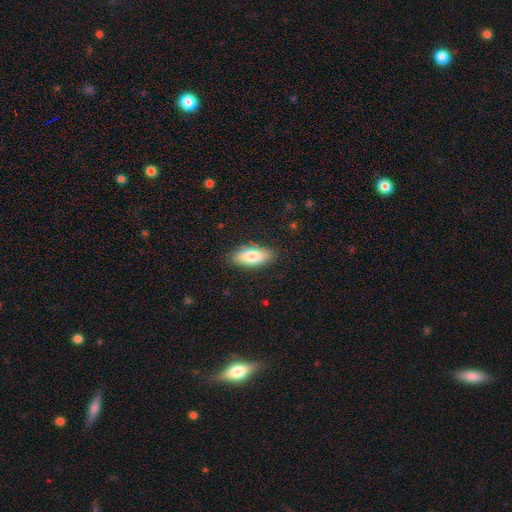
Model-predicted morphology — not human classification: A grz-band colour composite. It shows a smooth galaxy with no disk features (80%) that is in between round and cigar-shaped (84%). Merging: none (85%).